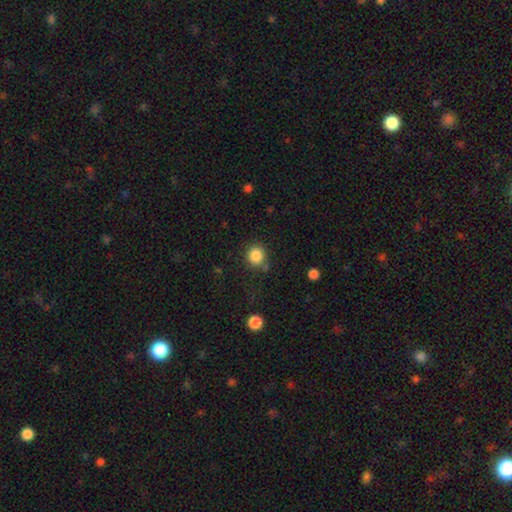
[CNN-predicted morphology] Q: Smooth or featured?
A: smooth (86%); runner-up: star or artifact (10%)
Q: How rounded?
A: round (89%); runner-up: in between (10%)
Q: Merging?
A: none (80%); runner-up: minor disturbance (11%)